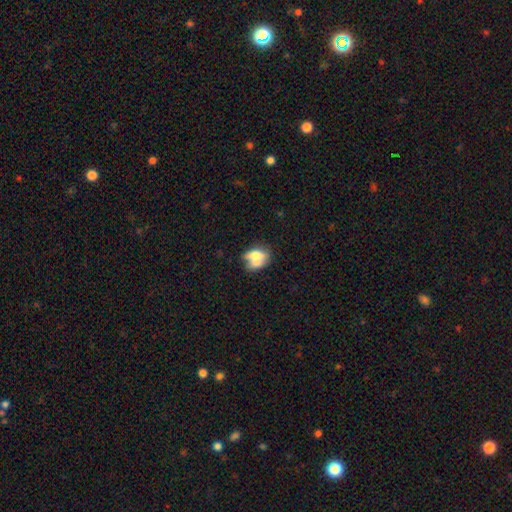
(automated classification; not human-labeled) smooth 59%, featured or disk 32%, star or artifact 9%. Down the decision tree: how rounded — in between (62%); merging — merger (45%).